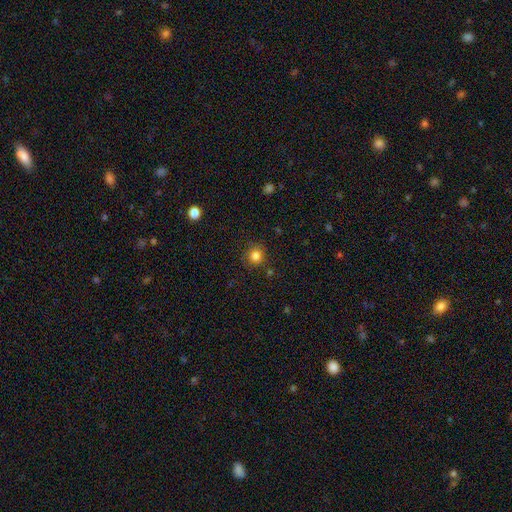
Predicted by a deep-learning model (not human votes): smooth-or-featured: smooth: 83% | star or artifact: 12% | featured or disk: 5%
  how-rounded: round: 90% | in between: 9% | cigar-shaped: 1%
  merging: none: 84% | minor disturbance: 10% | major disturbance: 3% | merger: 3%